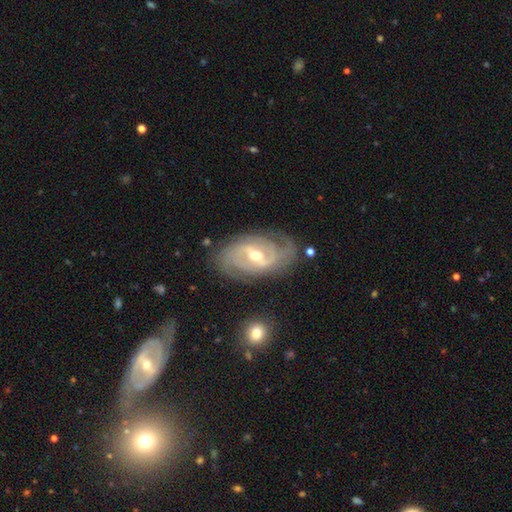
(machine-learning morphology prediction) Smooth or featured? Predicted: featured or disk (p=0.88). Edge-on disk? Predicted: no (p=0.95). Bar? Predicted: weak (p=0.47). Spiral arms? Predicted: yes (p=0.96). Spiral winding? Predicted: tight (p=0.53). Spiral arm count? Predicted: 2 (p=0.47). Bulge size? Predicted: moderate (p=0.61). Merging? Predicted: none (p=0.76).